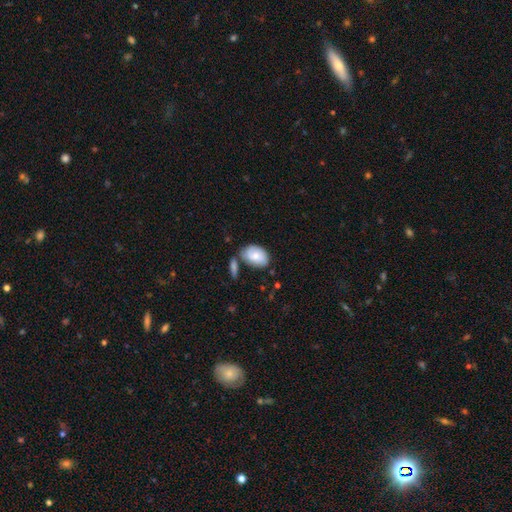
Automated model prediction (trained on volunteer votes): A smooth galaxy with no disk features (73%) that is in between round and cigar-shaped (86%).

Vote fractions:
- Smooth or featured? smooth: 73% / featured or disk: 21% / star or artifact: 6%
- How rounded? in between: 86% / round: 12% / cigar-shaped: 1%
- Merging? none: 54% / minor disturbance: 21% / merger: 19% / major disturbance: 6%